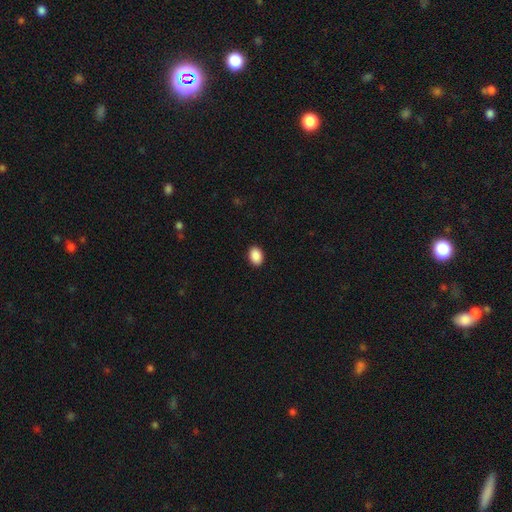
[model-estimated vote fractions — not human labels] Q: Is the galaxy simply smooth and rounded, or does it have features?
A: smooth — 90%.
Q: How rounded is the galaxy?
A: in between — 82%.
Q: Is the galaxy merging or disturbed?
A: none — 91%.